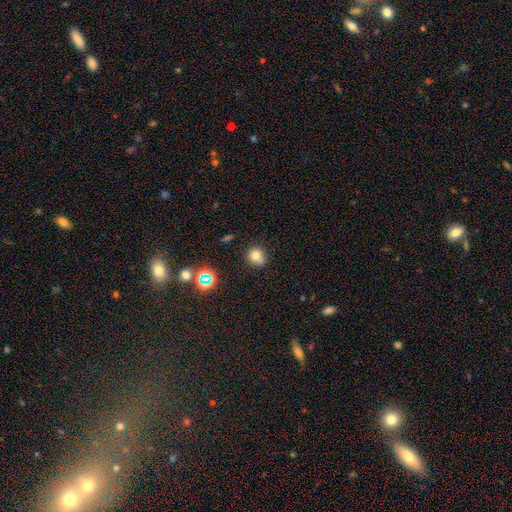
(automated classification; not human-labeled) Q: Smooth or featured?
A: smooth (75%); runner-up: star or artifact (16%)
Q: How rounded?
A: round (82%); runner-up: in between (17%)
Q: Merging?
A: none (73%); runner-up: minor disturbance (16%)